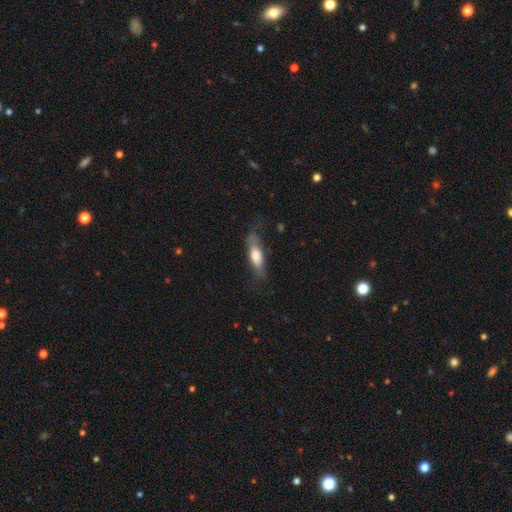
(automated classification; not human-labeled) smooth-or-featured: smooth: 63% | featured or disk: 31% | star or artifact: 6%
  how-rounded: cigar-shaped: 49% | in between: 48% | round: 3%
  merging: none: 55% | minor disturbance: 27% | major disturbance: 16% | merger: 2%